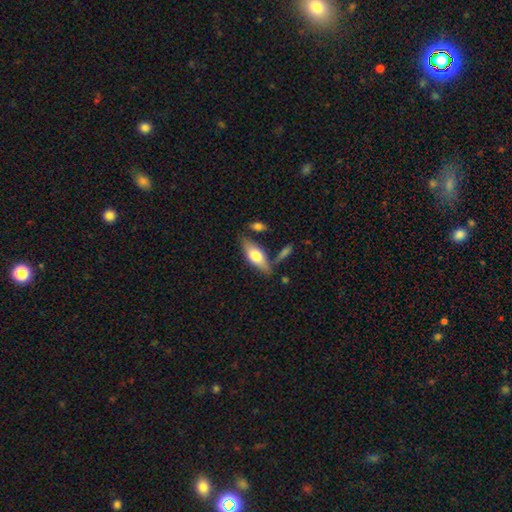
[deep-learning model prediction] Smooth or featured? Predicted: smooth (p=0.64). How rounded? Predicted: in between (p=0.72). Merging? Predicted: none (p=0.70).